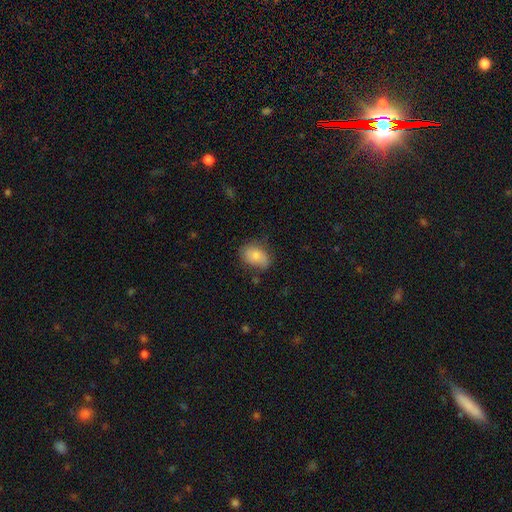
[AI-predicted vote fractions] Q: Smooth or featured?
A: smooth (78%); runner-up: featured or disk (15%)
Q: How rounded?
A: in between (80%); runner-up: round (19%)
Q: Merging?
A: none (63%); runner-up: minor disturbance (27%)